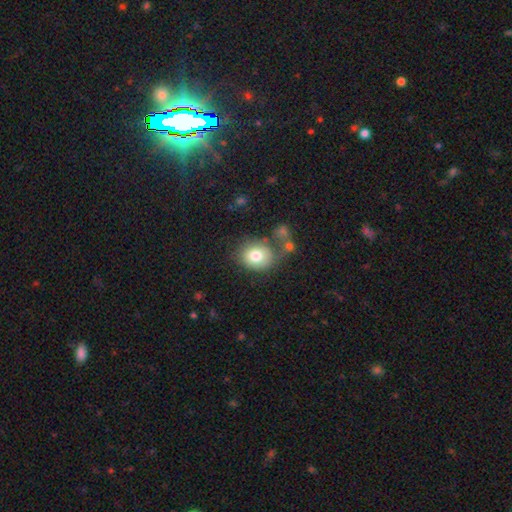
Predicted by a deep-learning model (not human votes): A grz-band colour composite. It shows a smooth galaxy with no disk features (79%) that is round (65%). Merging: none (55%).